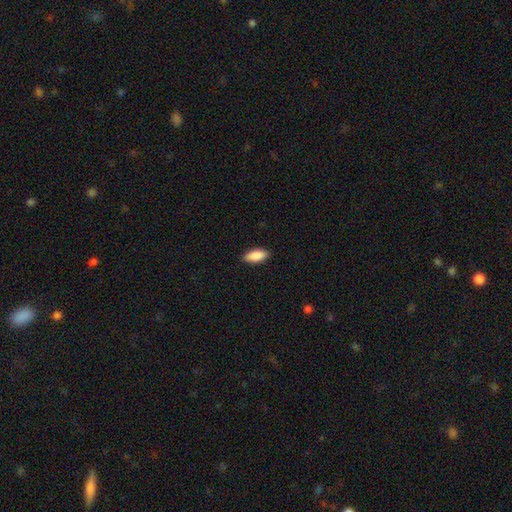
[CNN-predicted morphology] Smooth or featured? Predicted: smooth (p=0.89). How rounded? Predicted: in between (p=0.83). Merging? Predicted: none (p=0.88).